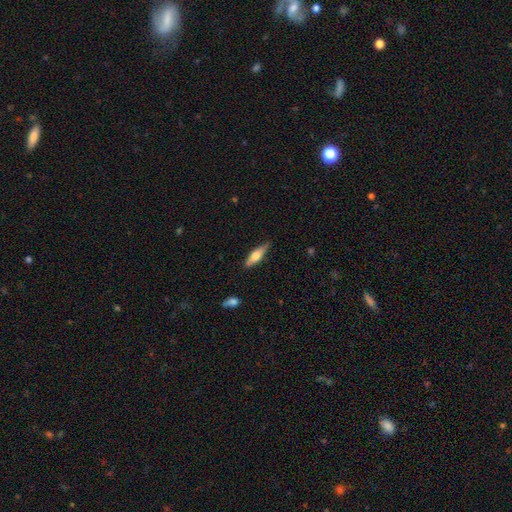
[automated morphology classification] This is possibly a smooth galaxy (50%). Merging: clearly none (83%).